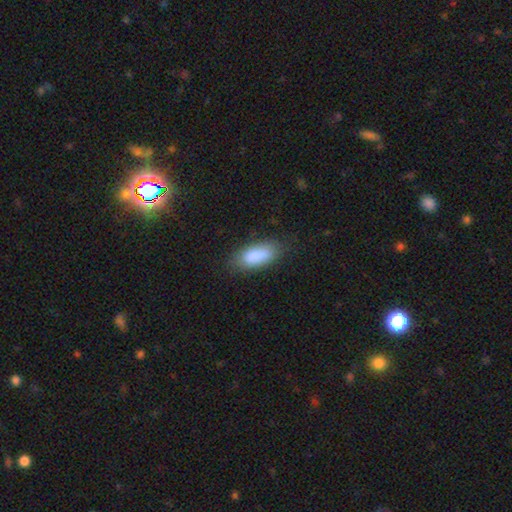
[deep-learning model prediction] Smooth or featured? Predicted: smooth (p=0.86). How rounded? Predicted: in between (p=0.84). Merging? Predicted: none (p=0.77).